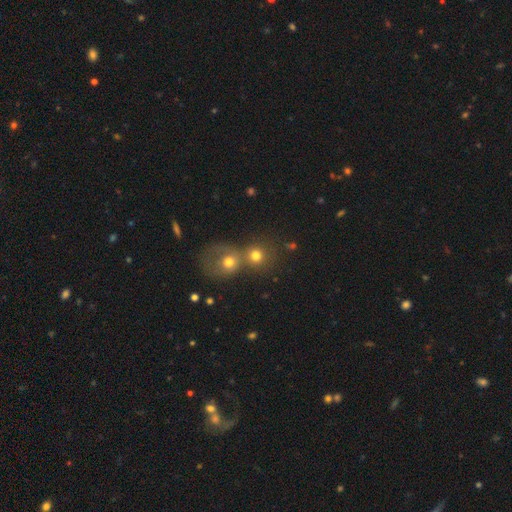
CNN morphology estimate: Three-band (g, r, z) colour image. It shows a smooth galaxy with no disk features (74%) that is round (84%). Merging: merger (51%).